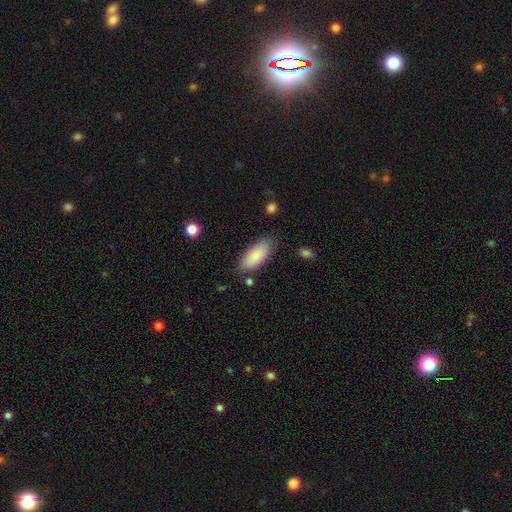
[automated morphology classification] smooth-or-featured: smooth: 85% | featured or disk: 9% | star or artifact: 6%
  how-rounded: in between: 84% | cigar-shaped: 14% | round: 2%
  merging: none: 78% | minor disturbance: 15% | major disturbance: 3% | merger: 3%